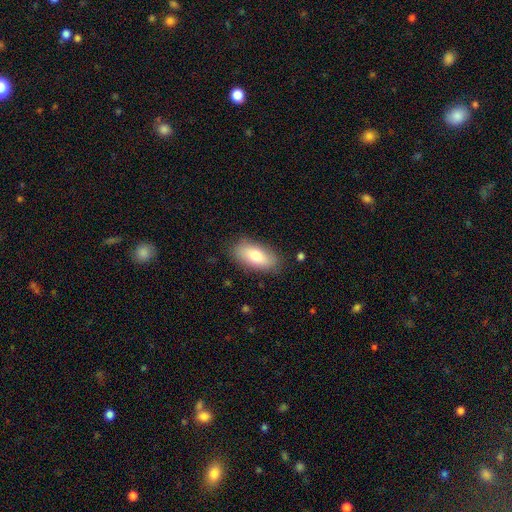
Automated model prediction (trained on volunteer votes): Smooth or featured? smooth (76%)
How rounded? in between (89%)
Merging? none (83%)